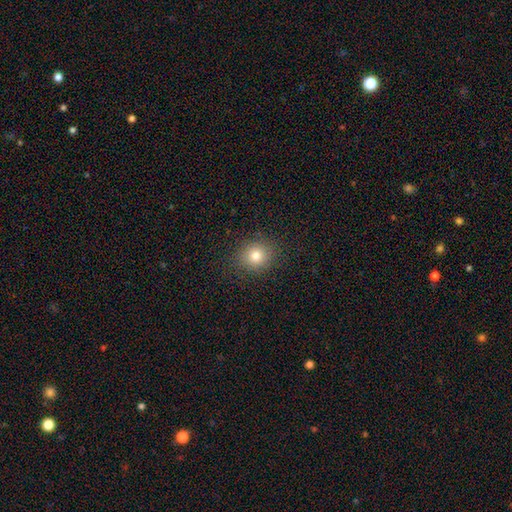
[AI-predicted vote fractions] Morphology: type=smooth (78%); roundness=round (80%); merging=none (87%).